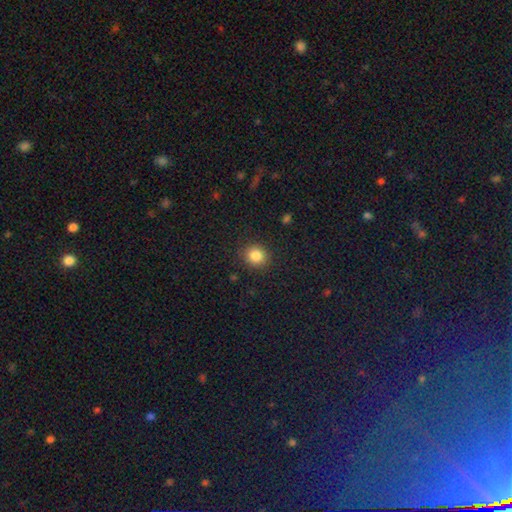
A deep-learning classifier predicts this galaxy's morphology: Smooth or featured?
  - smooth: 84% *
  - star or artifact: 11%
  - featured or disk: 5%
How rounded?
  - round: 84% *
  - in between: 15%
  - cigar-shaped: 1%
Merging?
  - none: 88% *
  - minor disturbance: 8%
  - major disturbance: 3%
  - merger: 1%